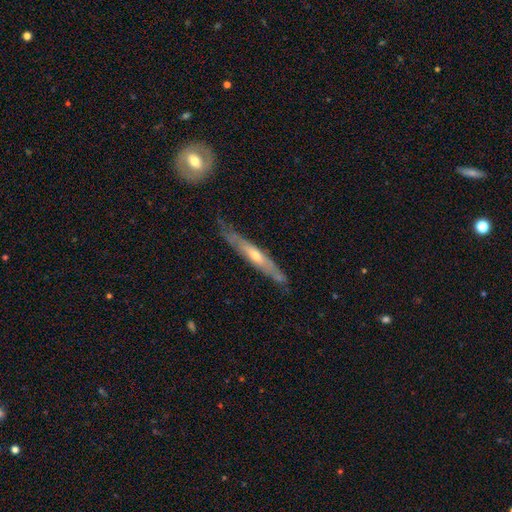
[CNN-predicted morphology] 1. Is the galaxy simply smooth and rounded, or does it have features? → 68% featured or disk, 27% smooth, 5% star or artifact.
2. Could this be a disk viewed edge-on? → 80% yes, 20% no.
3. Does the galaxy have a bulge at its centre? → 65% rounded, 31% none, 4% boxy.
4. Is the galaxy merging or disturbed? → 73% none, 21% minor disturbance, 4% major disturbance, 2% merger.